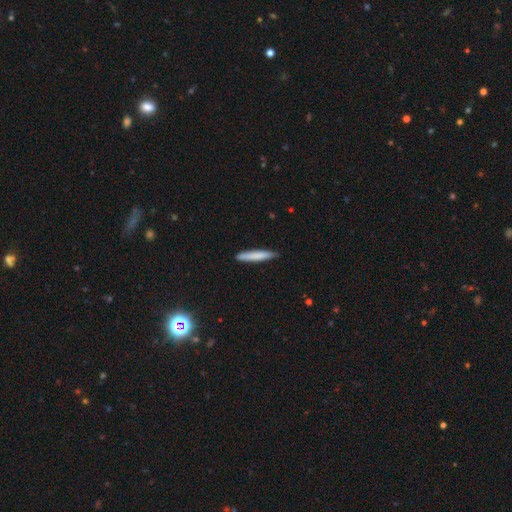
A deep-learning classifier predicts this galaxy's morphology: The model was most divided on "smooth or featured": smooth: 79%, featured or disk: 15%, star or artifact: 6%. More confident: how rounded — cigar-shaped (93%); merging — none (87%).